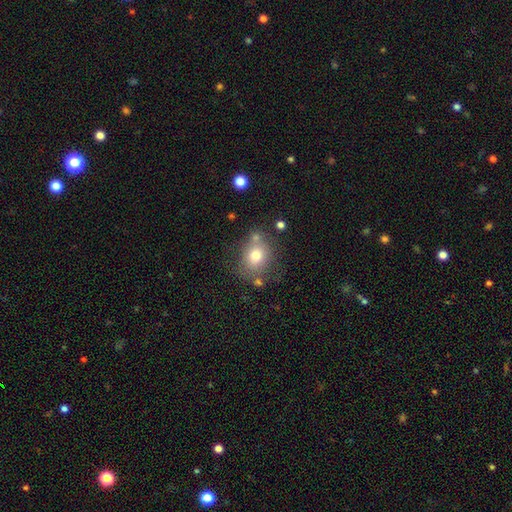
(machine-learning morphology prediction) smooth-or-featured: smooth: 74% | featured or disk: 14% | star or artifact: 12%
  how-rounded: round: 67% | in between: 32% | cigar-shaped: 1%
  merging: none: 65% | minor disturbance: 17% | merger: 12% | major disturbance: 7%